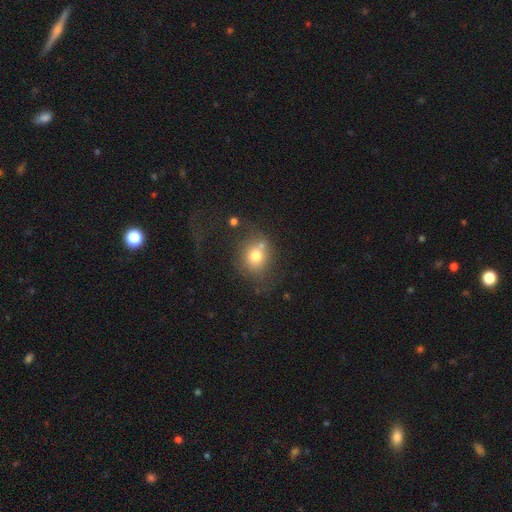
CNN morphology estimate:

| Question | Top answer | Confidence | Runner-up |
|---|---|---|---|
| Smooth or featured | smooth | 73% | featured or disk (15%) |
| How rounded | round | 69% | in between (29%) |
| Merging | none | 53% | minor disturbance (18%) |